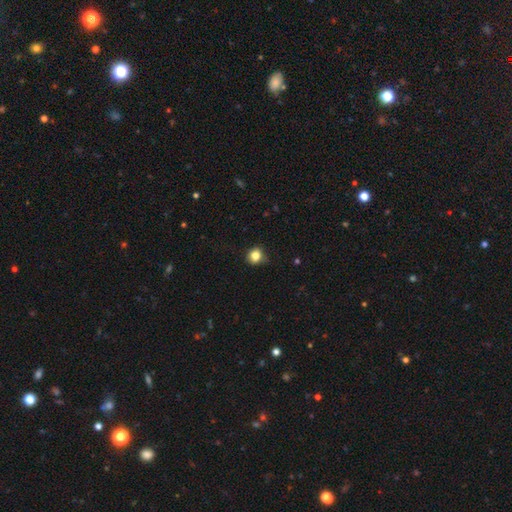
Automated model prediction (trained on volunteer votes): Smooth or featured? smooth (82%)
How rounded? round (79%)
Merging? none (74%)